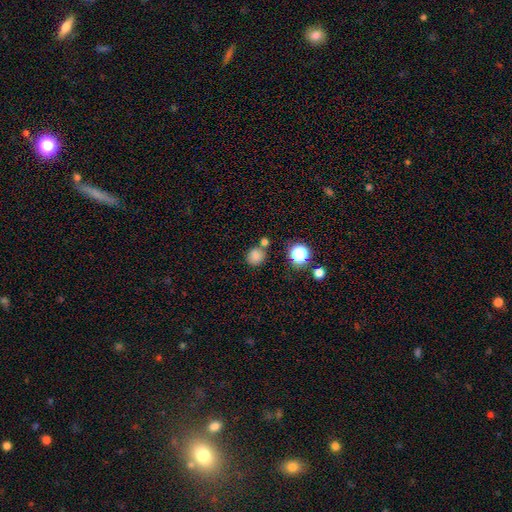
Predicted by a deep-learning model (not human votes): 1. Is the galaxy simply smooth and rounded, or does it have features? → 79% smooth, 15% star or artifact, 5% featured or disk.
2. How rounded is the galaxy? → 82% round, 17% in between, 1% cigar-shaped.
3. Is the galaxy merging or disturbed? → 70% none, 16% merger, 11% minor disturbance, 4% major disturbance.